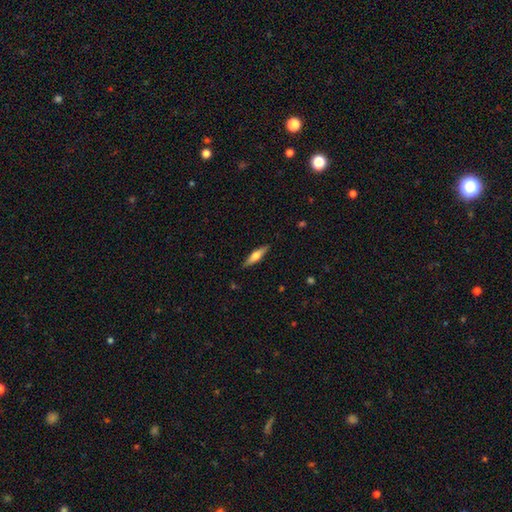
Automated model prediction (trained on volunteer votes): smooth_or_featured: smooth (p=0.50) [alt: featured or disk p=0.45]
merging: none (p=0.89) [alt: minor disturbance p=0.08]